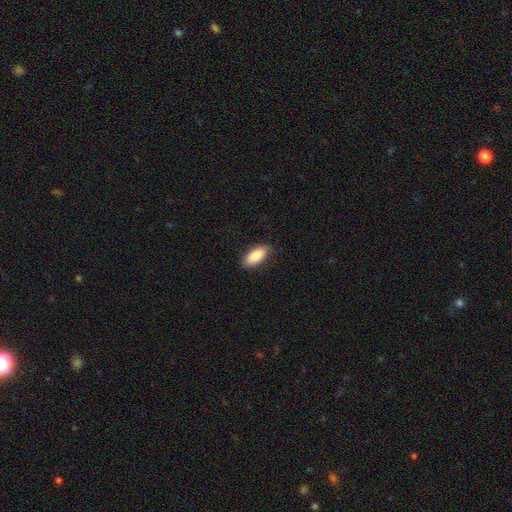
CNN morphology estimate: Smooth or featured: smooth — 88% (featured or disk — 6%)
How rounded: in between — 91% (cigar-shaped — 7%)
Merging: none — 82% (minor disturbance — 14%)